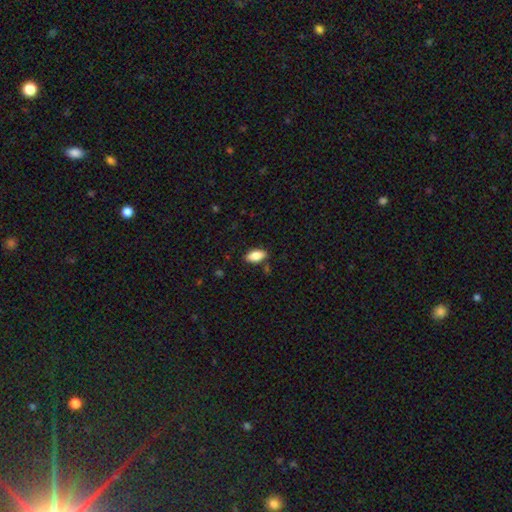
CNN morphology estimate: This appears to be a smooth galaxy with no disk features (84%) that is in between round and cigar-shaped (90%). Merging: none (84%).